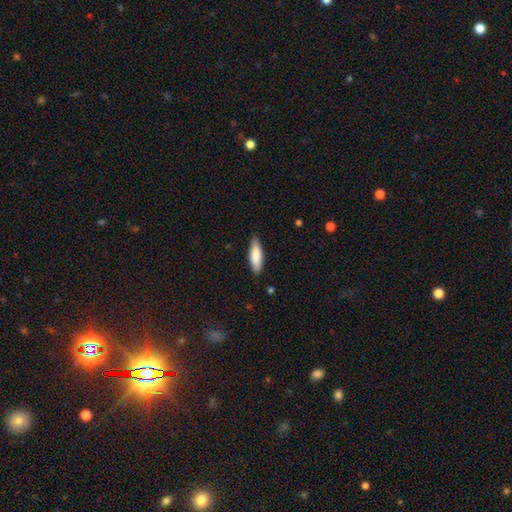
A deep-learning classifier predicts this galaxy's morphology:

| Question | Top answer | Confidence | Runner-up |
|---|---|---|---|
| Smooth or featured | smooth | 84% | featured or disk (11%) |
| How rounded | cigar-shaped | 53% | in between (46%) |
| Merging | none | 86% | minor disturbance (11%) |